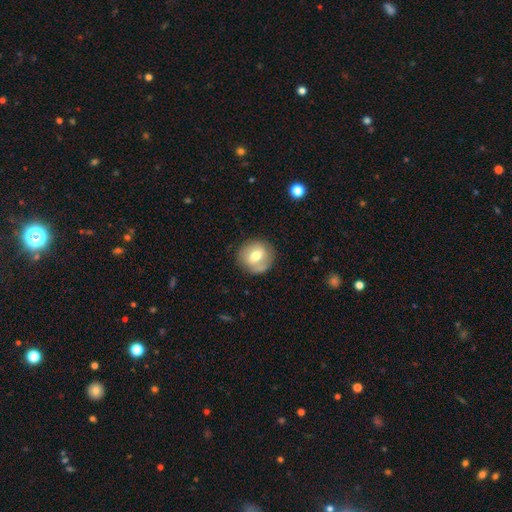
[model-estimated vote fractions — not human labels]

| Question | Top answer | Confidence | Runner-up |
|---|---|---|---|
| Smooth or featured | smooth | 58% | featured or disk (34%) |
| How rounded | round | 86% | in between (13%) |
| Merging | none | 81% | minor disturbance (13%) |